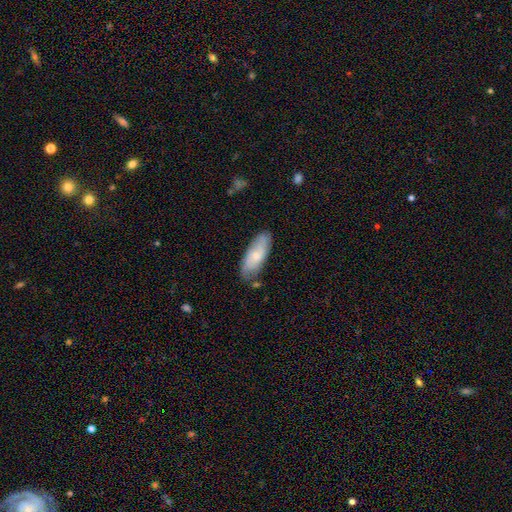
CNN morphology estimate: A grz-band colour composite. It shows a smooth galaxy with no disk features (65%) that is in between round and cigar-shaped (75%). Merging: none (72%).